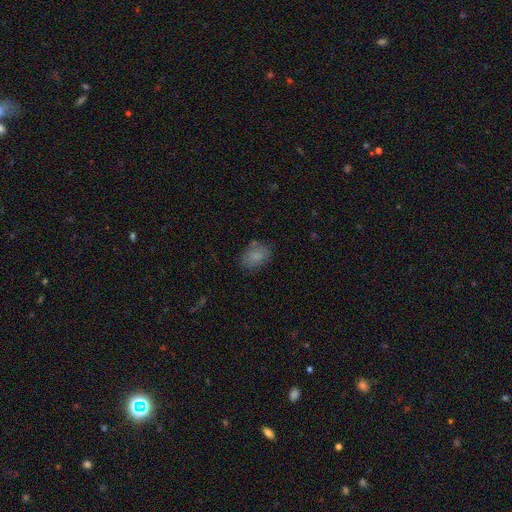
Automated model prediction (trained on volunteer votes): A smooth galaxy with no disk features (80%) that is in between round and cigar-shaped (68%).

Vote fractions:
- Smooth or featured? smooth: 80% / featured or disk: 11% / star or artifact: 10%
- How rounded? in between: 68% / round: 31% / cigar-shaped: 1%
- Merging? none: 71% / minor disturbance: 19% / major disturbance: 6% / merger: 4%